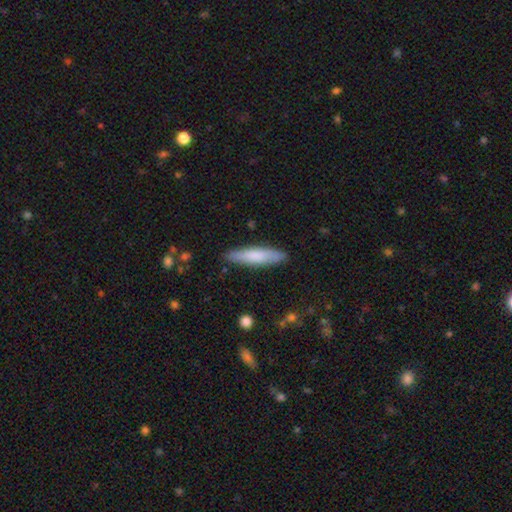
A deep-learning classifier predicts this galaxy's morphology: Smooth or featured? Predicted: smooth (p=0.74). How rounded? Predicted: cigar-shaped (p=0.81). Merging? Predicted: none (p=0.88).